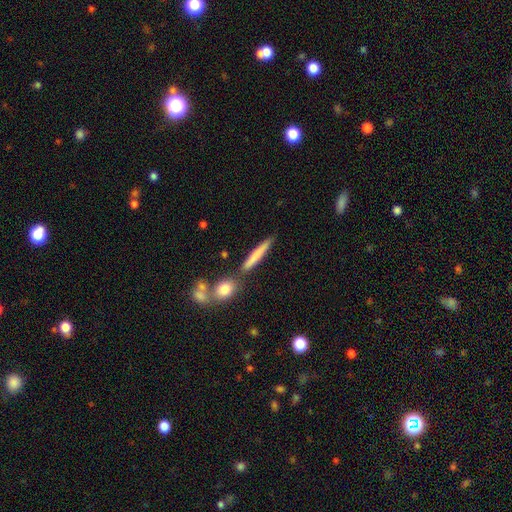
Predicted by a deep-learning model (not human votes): This appears to be a smooth galaxy with no disk features (73%) that is cigar-shaped (93%). Merging: none (77%).